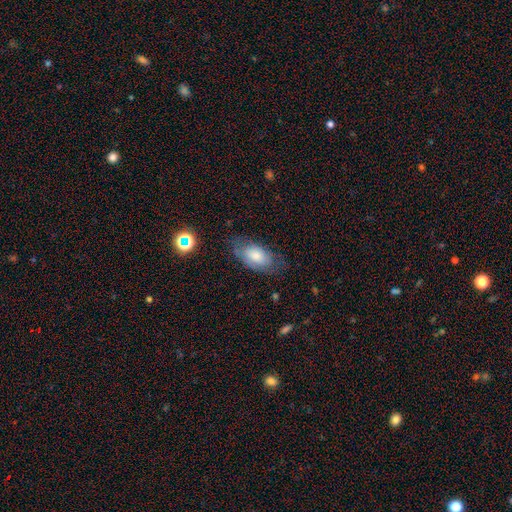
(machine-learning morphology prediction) This is likely a smooth galaxy (65%). How rounded: clearly in between (92%). Merging: likely none (62%).